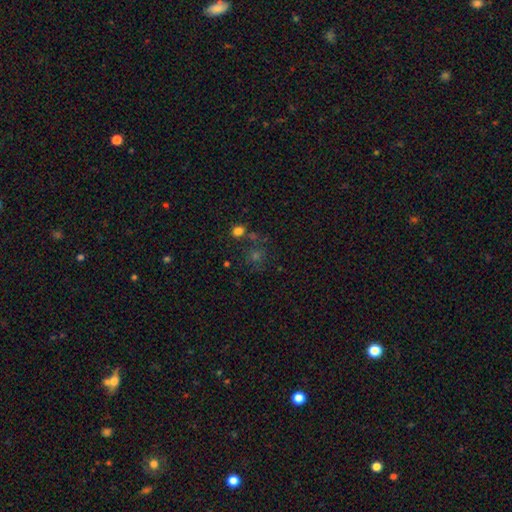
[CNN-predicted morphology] A star or artifact, not a galaxy (44%).

Vote fractions:
- Smooth or featured? star or artifact: 44% / smooth: 43% / featured or disk: 13%